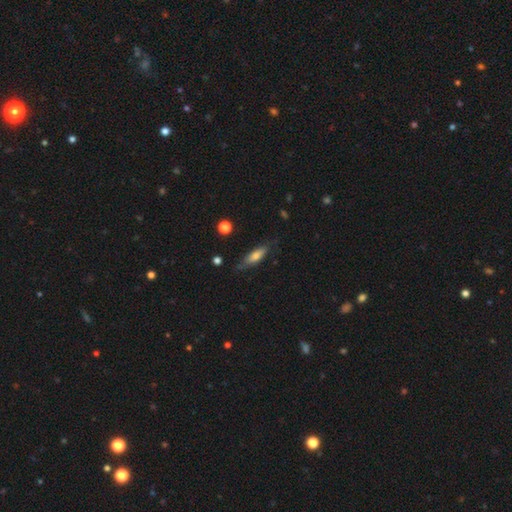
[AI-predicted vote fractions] Smooth or featured: smooth — 63% (featured or disk — 30%)
How rounded: cigar-shaped — 53% (in between — 45%)
Merging: none — 70% (minor disturbance — 23%)